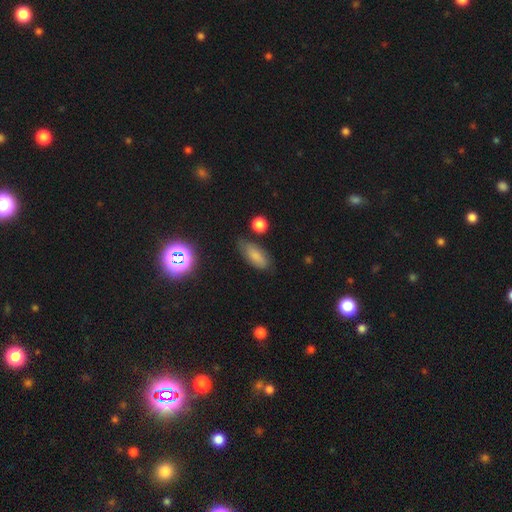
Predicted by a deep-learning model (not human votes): Smooth or featured? smooth (76%)
How rounded? in between (84%)
Merging? none (68%)